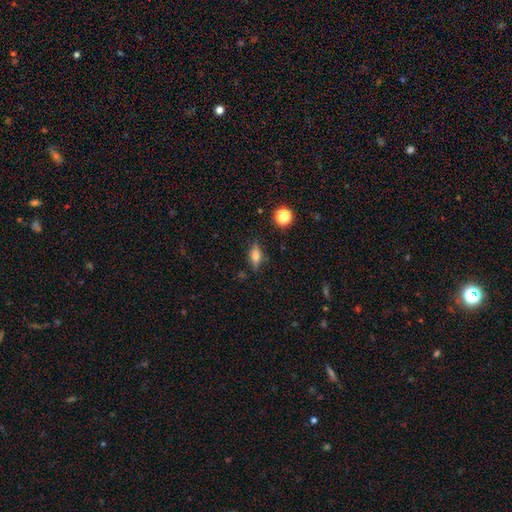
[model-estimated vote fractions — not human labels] Q: Smooth or featured?
A: smooth (59%); runner-up: featured or disk (30%)
Q: How rounded?
A: in between (66%); runner-up: cigar-shaped (25%)
Q: Merging?
A: none (79%); runner-up: minor disturbance (15%)